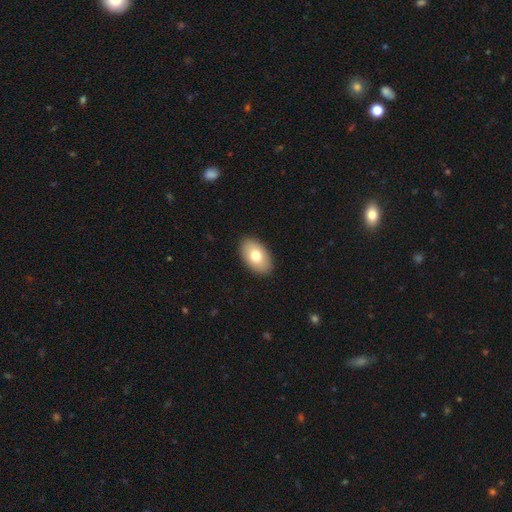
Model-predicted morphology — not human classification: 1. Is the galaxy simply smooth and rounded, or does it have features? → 75% smooth, 18% featured or disk, 7% star or artifact.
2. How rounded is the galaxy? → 93% in between, 6% round, 1% cigar-shaped.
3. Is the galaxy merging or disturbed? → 90% none, 7% minor disturbance, 2% major disturbance, 1% merger.